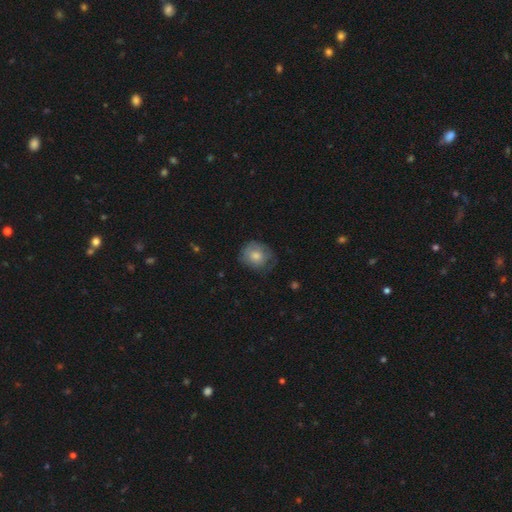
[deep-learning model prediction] A smooth galaxy with no disk features (73%) that is round (75%).

Vote fractions:
- Smooth or featured? smooth: 73% / featured or disk: 20% / star or artifact: 7%
- How rounded? round: 75% / in between: 25% / cigar-shaped: 1%
- Merging? none: 60% / minor disturbance: 29% / major disturbance: 10% / merger: 1%